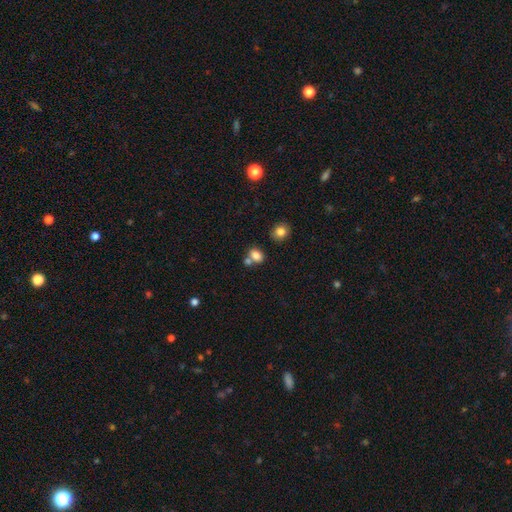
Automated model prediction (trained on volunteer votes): smooth 81%, star or artifact 11%, featured or disk 8%. Down the decision tree: how rounded — in between (60%); merging — none (48%).